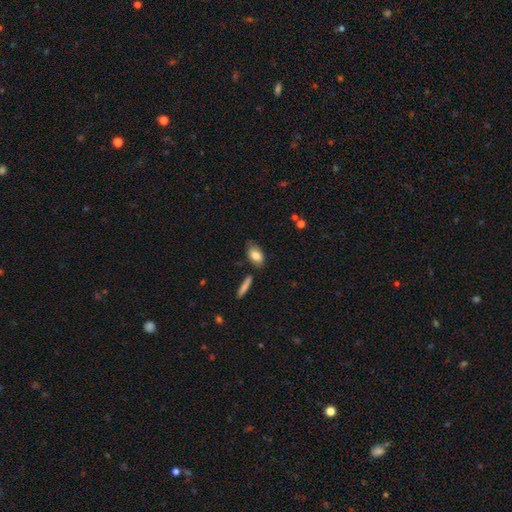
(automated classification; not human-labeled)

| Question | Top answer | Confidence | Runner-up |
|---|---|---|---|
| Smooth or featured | smooth | 80% | featured or disk (13%) |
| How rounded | in between | 89% | round (6%) |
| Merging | none | 75% | minor disturbance (17%) |